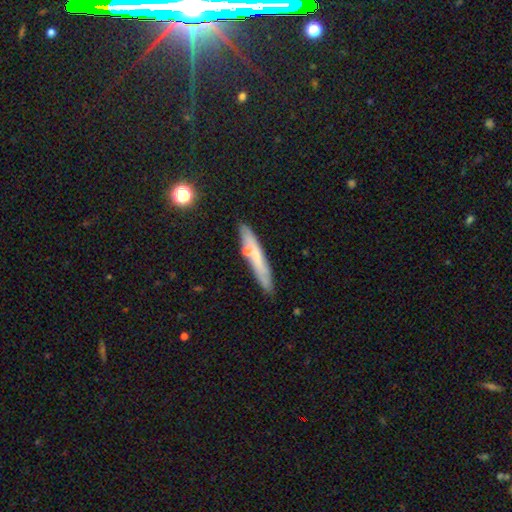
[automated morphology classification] Q: Smooth or featured?
A: smooth (53%); runner-up: featured or disk (38%)
Q: How rounded?
A: cigar-shaped (91%); runner-up: in between (7%)
Q: Merging?
A: none (79%); runner-up: minor disturbance (12%)